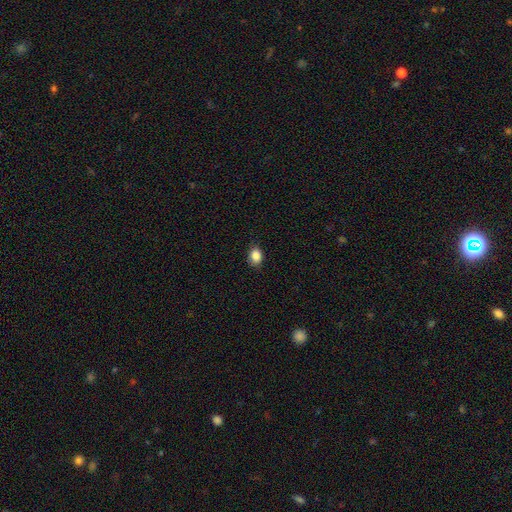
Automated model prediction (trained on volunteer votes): This is clearly a smooth galaxy (86%). How rounded: likely in between (62%). Merging: clearly none (83%).